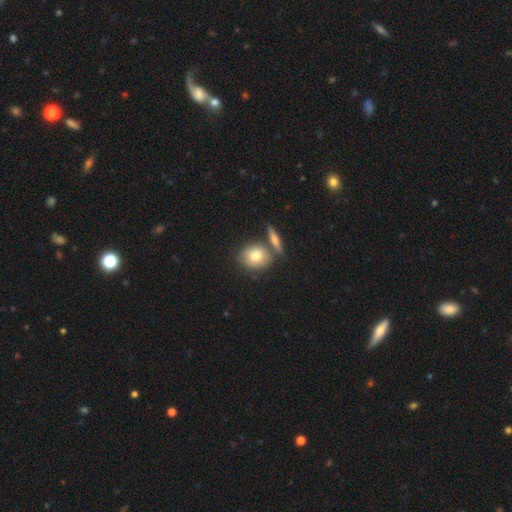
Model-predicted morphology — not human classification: Overall: smooth (75%). How rounded: round (64%; in between 34%). Merging: none (63%; merger 23%).